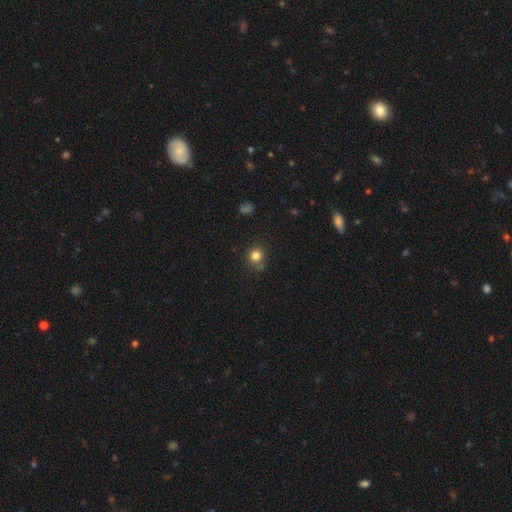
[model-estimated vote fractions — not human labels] smooth-or-featured: smooth: 82% | star or artifact: 13% | featured or disk: 6%
  how-rounded: round: 88% | in between: 11% | cigar-shaped: 1%
  merging: none: 73% | minor disturbance: 18% | major disturbance: 5% | merger: 4%